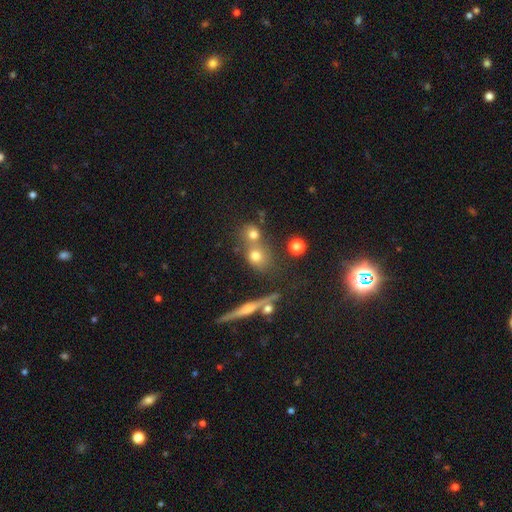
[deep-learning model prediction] This appears to be a smooth galaxy with no disk features (66%) that is round (76%). Merging: none (51%).